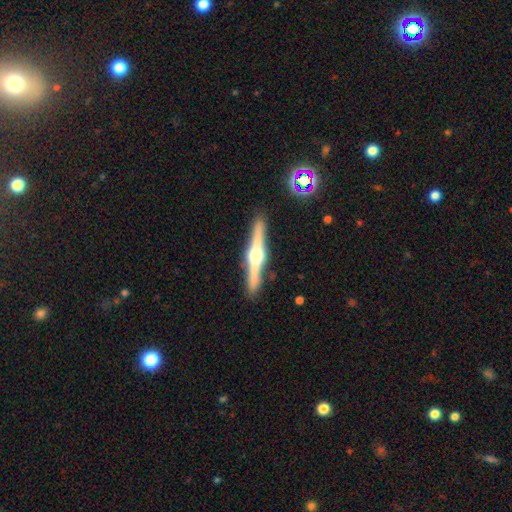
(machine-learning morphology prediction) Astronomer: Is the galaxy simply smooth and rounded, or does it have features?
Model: featured or disk — 80%.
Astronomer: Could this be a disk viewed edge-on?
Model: yes — 98%.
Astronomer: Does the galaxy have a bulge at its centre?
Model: rounded — 95%.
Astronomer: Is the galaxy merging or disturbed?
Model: none — 90%.